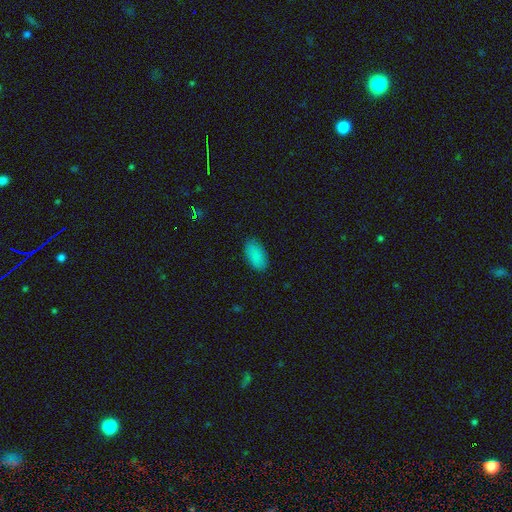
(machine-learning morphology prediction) smooth-or-featured: smooth: 88% | star or artifact: 8% | featured or disk: 5%
  how-rounded: in between: 94% | round: 3% | cigar-shaped: 3%
  merging: none: 86% | minor disturbance: 11% | major disturbance: 2% | merger: 1%